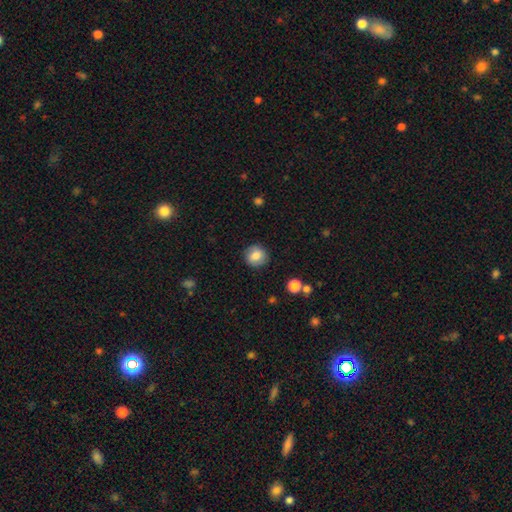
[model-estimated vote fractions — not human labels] A smooth galaxy with no disk features (81%) that is round (86%).

Vote fractions:
- Smooth or featured? smooth: 81% / featured or disk: 10% / star or artifact: 9%
- How rounded? round: 86% / in between: 13% / cigar-shaped: 1%
- Merging? none: 87% / minor disturbance: 9% / major disturbance: 3% / merger: 1%